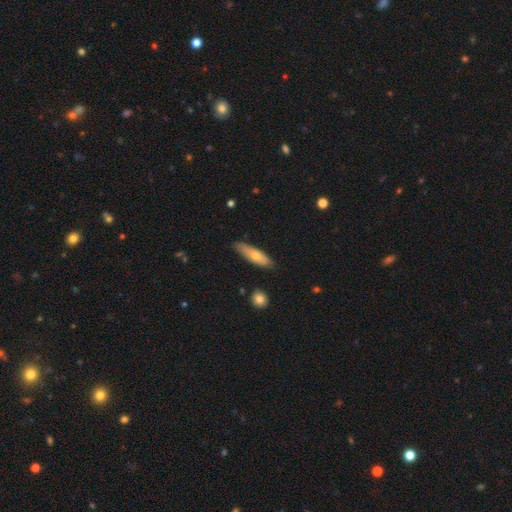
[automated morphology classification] Smooth or featured? smooth (65%)
How rounded? cigar-shaped (58%)
Merging? none (78%)